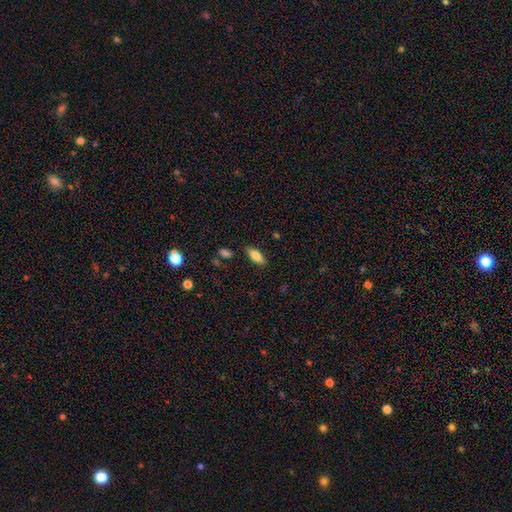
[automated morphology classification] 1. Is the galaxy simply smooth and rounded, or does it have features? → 77% smooth, 15% featured or disk, 8% star or artifact.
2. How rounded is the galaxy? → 71% in between, 26% cigar-shaped, 2% round.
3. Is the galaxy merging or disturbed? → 84% none, 11% minor disturbance, 3% major disturbance, 2% merger.